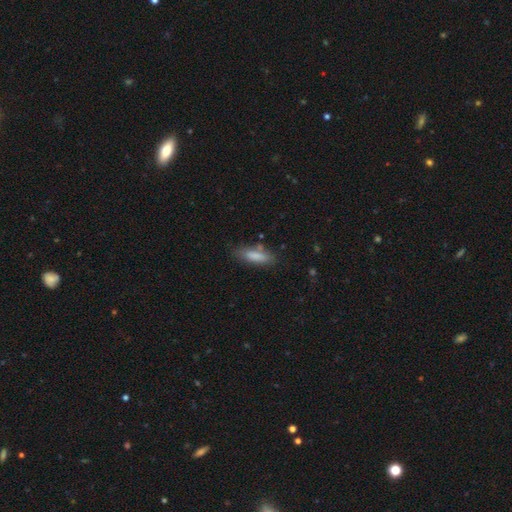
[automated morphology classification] The model was most divided on "how rounded": in between: 52%, cigar-shaped: 47%, round: 2%. More confident: smooth or featured — smooth (84%); merging — none (74%).